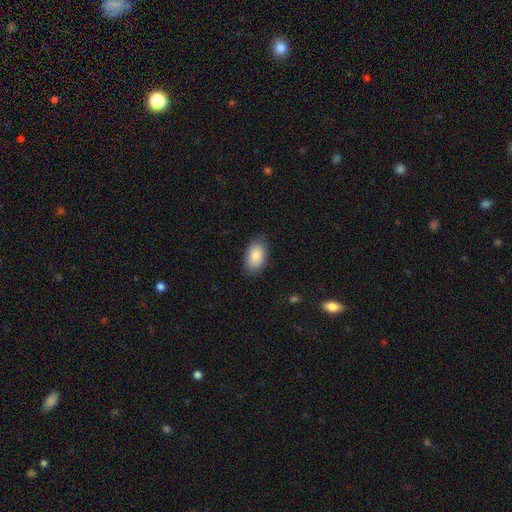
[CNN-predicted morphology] A smooth galaxy with no disk features (88%) that is in between round and cigar-shaped (94%). Merging: none (81%).